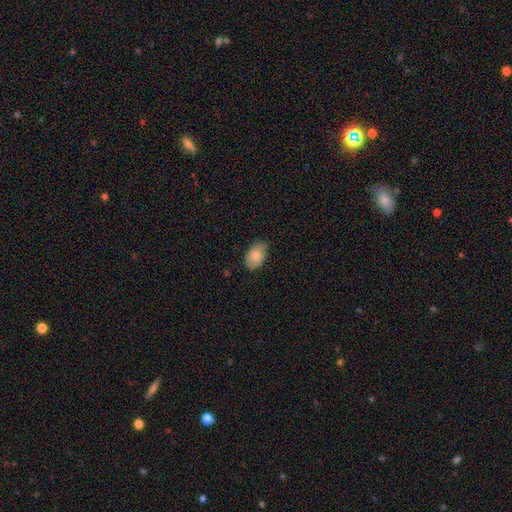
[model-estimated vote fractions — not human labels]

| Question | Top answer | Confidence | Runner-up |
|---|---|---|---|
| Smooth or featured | smooth | 83% | featured or disk (11%) |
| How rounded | in between | 90% | round (9%) |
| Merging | none | 75% | minor disturbance (21%) |